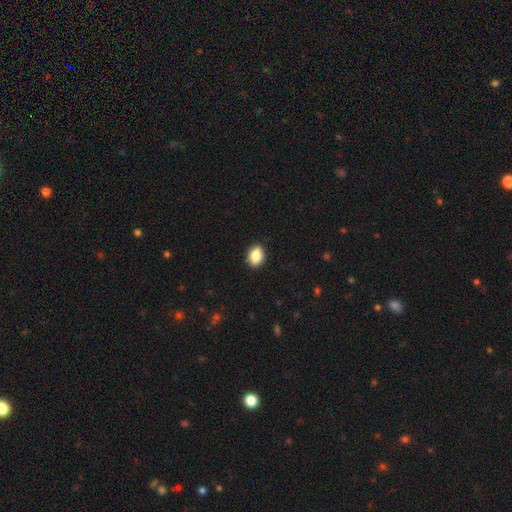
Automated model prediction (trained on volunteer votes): Smooth or featured: smooth — 87% (star or artifact — 8%)
How rounded: in between — 79% (round — 20%)
Merging: none — 91% (minor disturbance — 7%)